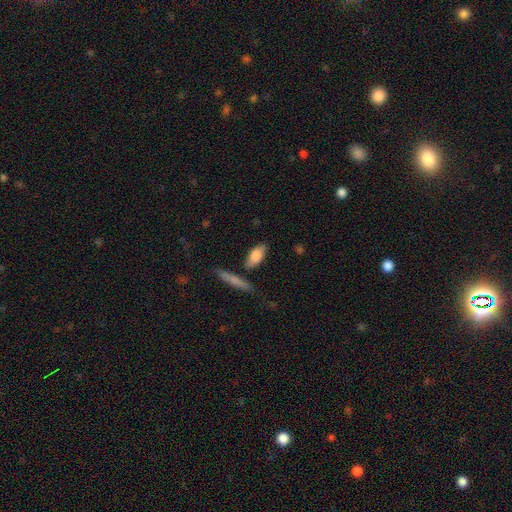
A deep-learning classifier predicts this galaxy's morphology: Smooth or featured?
  - smooth: 81% *
  - featured or disk: 13%
  - star or artifact: 6%
How rounded?
  - in between: 78% *
  - cigar-shaped: 19%
  - round: 3%
Merging?
  - none: 74% *
  - minor disturbance: 15%
  - merger: 8%
  - major disturbance: 4%